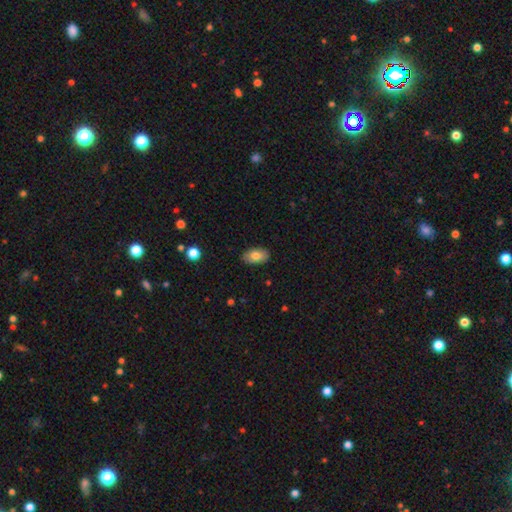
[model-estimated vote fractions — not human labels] Q: Smooth or featured?
A: smooth (77%); runner-up: featured or disk (16%)
Q: How rounded?
A: in between (93%); runner-up: round (6%)
Q: Merging?
A: none (86%); runner-up: minor disturbance (11%)